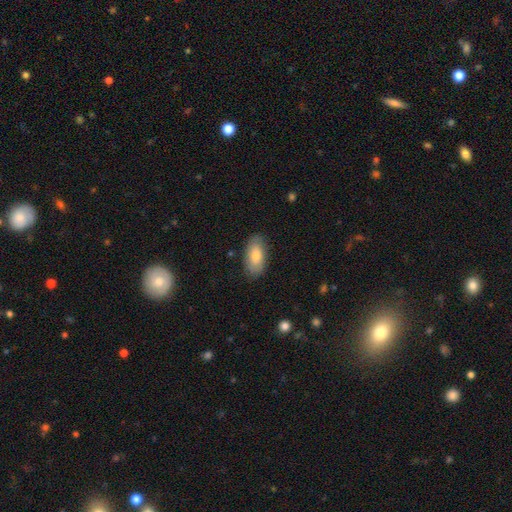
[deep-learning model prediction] smooth_or_featured: smooth (p=0.80) [alt: featured or disk p=0.14]
how_rounded: in between (p=0.93) [alt: cigar-shaped p=0.04]
merging: none (p=0.84) [alt: minor disturbance p=0.12]